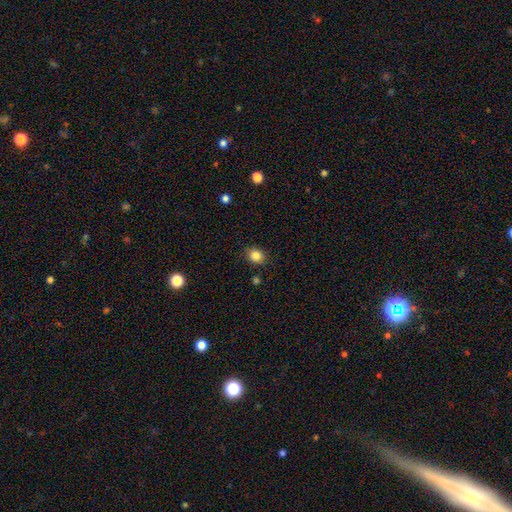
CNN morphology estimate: type=smooth (84%); roundness=round (69%); merging=none (86%).